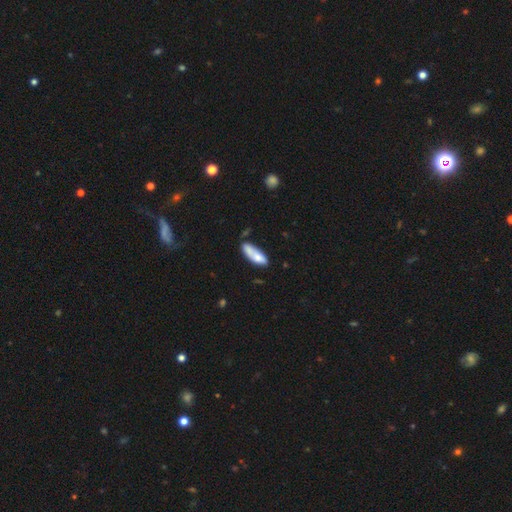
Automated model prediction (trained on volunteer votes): This appears to be a smooth galaxy with no disk features (73%) that is in between round and cigar-shaped (64%). Merging: none (50%).